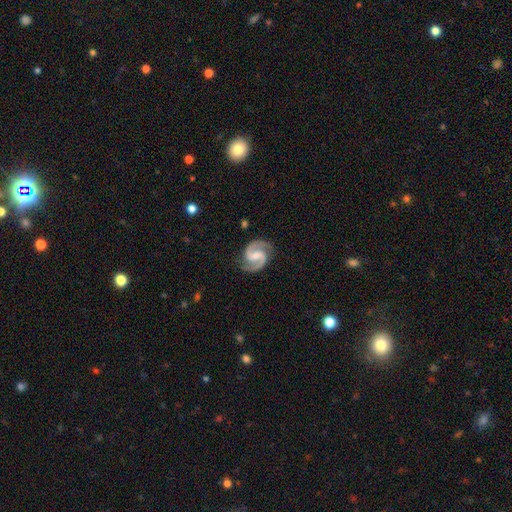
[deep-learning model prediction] Smooth or featured? Predicted: featured or disk (p=0.93). Edge-on disk? Predicted: no (p=0.98). Bar? Predicted: weak (p=0.48). Spiral arms? Predicted: yes (p=0.99). Spiral winding? Predicted: medium (p=0.64). Spiral arm count? Predicted: 2 (p=0.95). Bulge size? Predicted: small (p=0.44). Merging? Predicted: none (p=0.86).